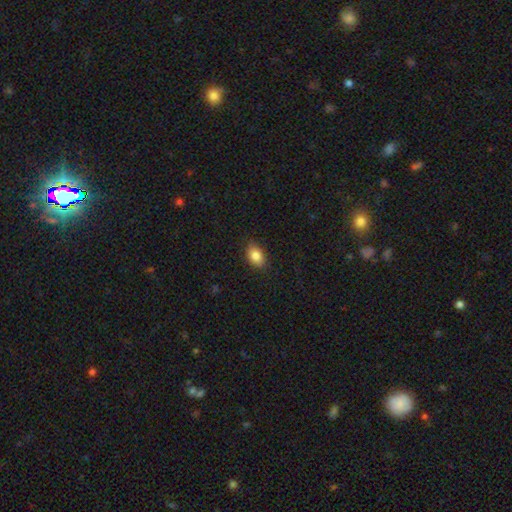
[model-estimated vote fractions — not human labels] The model was most divided on "how rounded": in between: 85%, round: 14%, cigar-shaped: 2%. More confident: smooth or featured — smooth (85%); merging — none (85%).